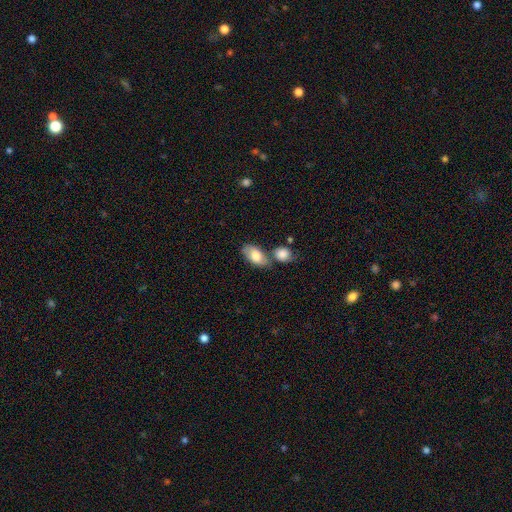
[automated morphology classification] Smooth or featured: smooth — 74% (featured or disk — 20%)
How rounded: in between — 92% (round — 5%)
Merging: none — 49% (merger — 31%)